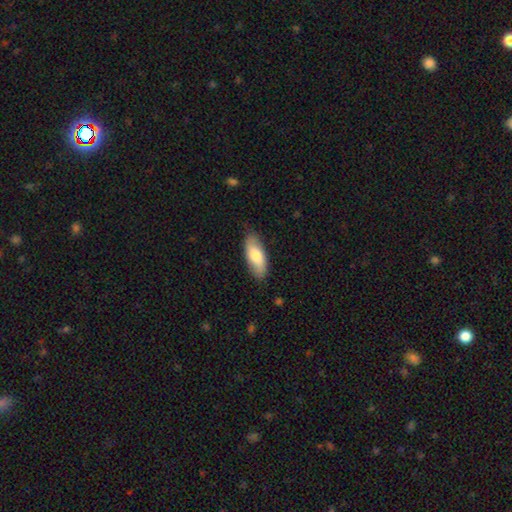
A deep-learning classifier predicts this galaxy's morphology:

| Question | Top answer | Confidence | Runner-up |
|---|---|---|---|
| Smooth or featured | smooth | 75% | featured or disk (20%) |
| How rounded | in between | 79% | cigar-shaped (18%) |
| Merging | none | 82% | minor disturbance (15%) |